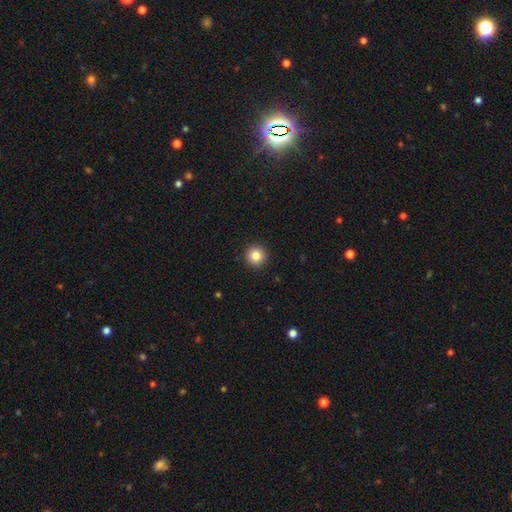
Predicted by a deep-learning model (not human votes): Smooth or featured? Predicted: smooth (p=0.85). How rounded? Predicted: round (p=0.96). Merging? Predicted: none (p=0.93).